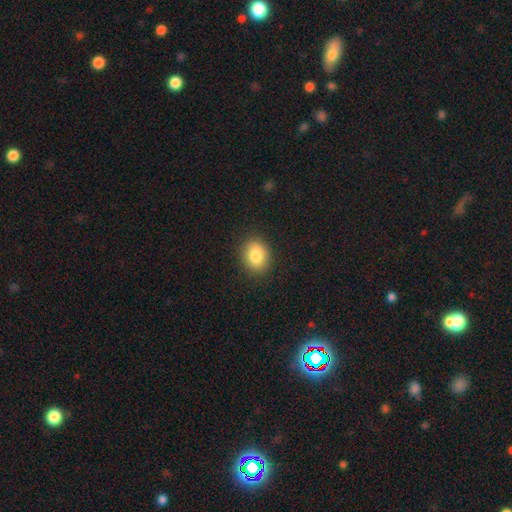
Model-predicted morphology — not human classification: Smooth or featured? smooth (83%)
How rounded? round (52%)
Merging? none (87%)